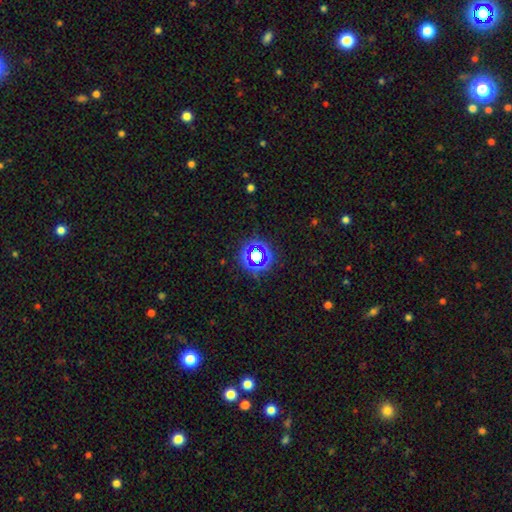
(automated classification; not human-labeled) smooth_or_featured: star or artifact (p=0.62) [alt: smooth p=0.26]